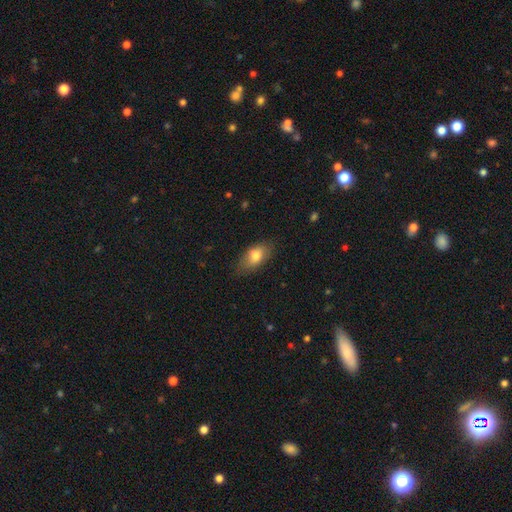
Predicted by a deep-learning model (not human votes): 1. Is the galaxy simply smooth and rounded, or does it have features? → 77% smooth, 15% featured or disk, 7% star or artifact.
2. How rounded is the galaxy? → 88% in between, 7% round, 6% cigar-shaped.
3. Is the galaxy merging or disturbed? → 78% none, 17% minor disturbance, 4% major disturbance, 1% merger.